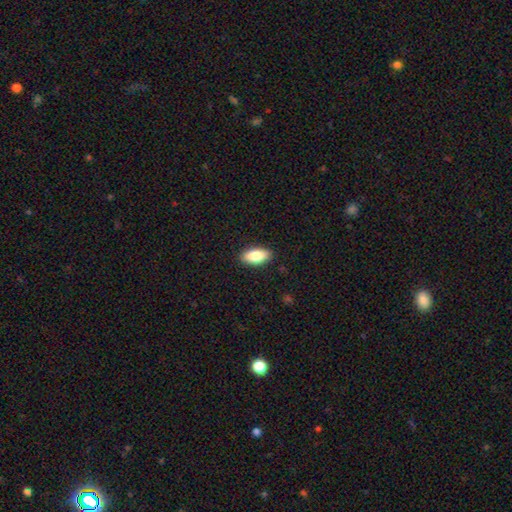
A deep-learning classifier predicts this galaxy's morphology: smooth-or-featured: smooth: 83% | featured or disk: 11% | star or artifact: 6%
  how-rounded: in between: 89% | cigar-shaped: 7% | round: 3%
  merging: none: 89% | minor disturbance: 8% | major disturbance: 2% | merger: 1%